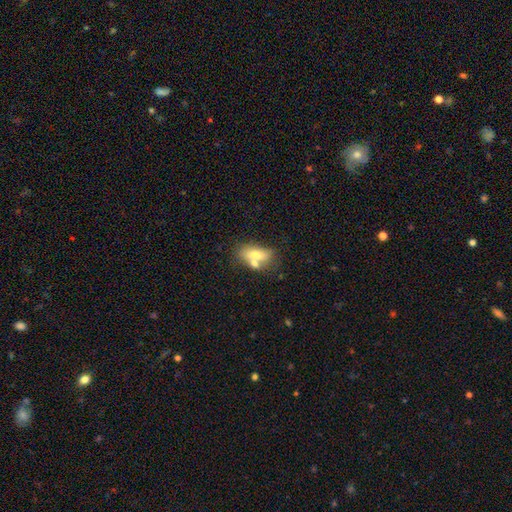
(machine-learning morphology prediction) smooth 67%, featured or disk 25%, star or artifact 9%. Down the decision tree: how rounded — in between (78%); merging — none (49%).